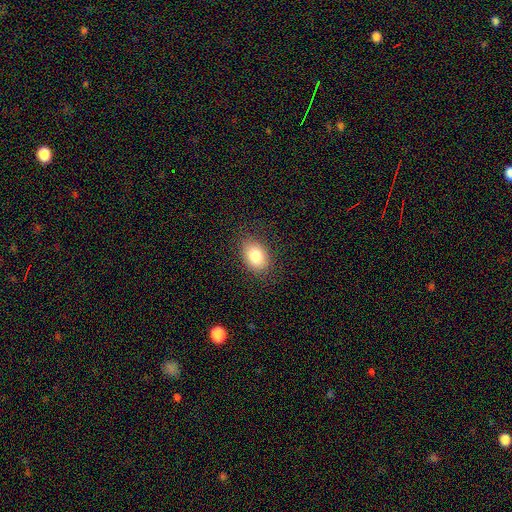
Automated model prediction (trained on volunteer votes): This appears to be a smooth galaxy with no disk features (83%) that is in between round and cigar-shaped (80%). Merging: none (83%).